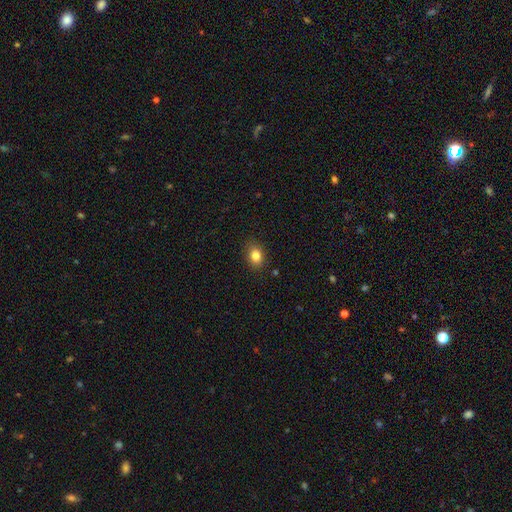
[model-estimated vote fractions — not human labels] A smooth galaxy with no disk features (83%) that is in between round and cigar-shaped (64%).

Vote fractions:
- Smooth or featured? smooth: 83% / star or artifact: 10% / featured or disk: 6%
- How rounded? in between: 64% / round: 34% / cigar-shaped: 1%
- Merging? none: 85% / minor disturbance: 11% / major disturbance: 3% / merger: 1%